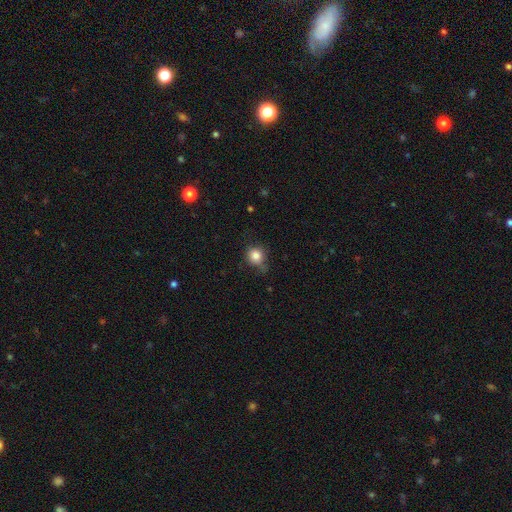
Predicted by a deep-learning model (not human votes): Overall: smooth (81%). How rounded: round (86%). Merging: none (62%; minor disturbance 28%).